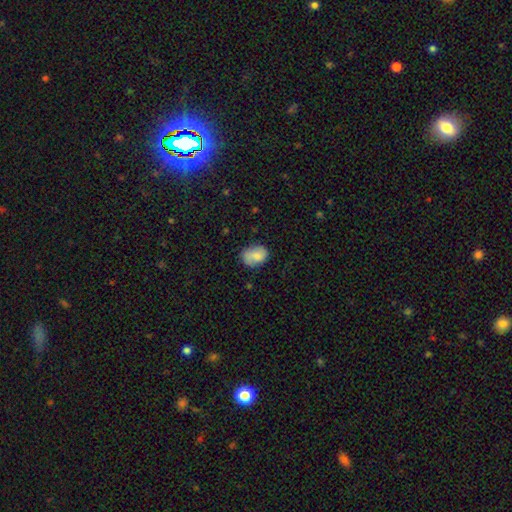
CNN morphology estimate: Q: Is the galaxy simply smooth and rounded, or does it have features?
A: smooth — 79%.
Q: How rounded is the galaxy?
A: in between — 70%.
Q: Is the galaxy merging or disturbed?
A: none — 64%.